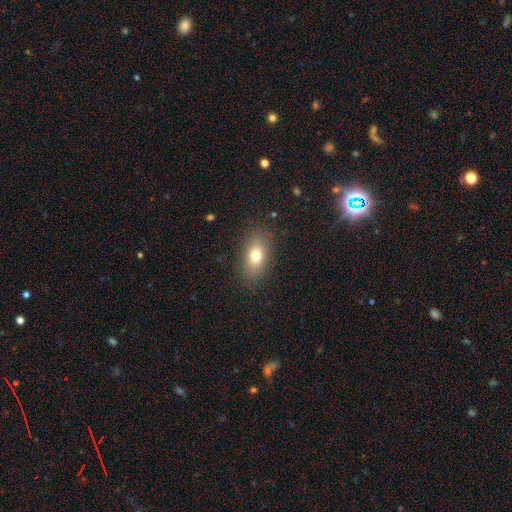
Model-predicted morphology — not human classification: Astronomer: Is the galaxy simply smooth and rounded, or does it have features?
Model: smooth — 76%.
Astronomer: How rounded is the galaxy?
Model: in between — 85%.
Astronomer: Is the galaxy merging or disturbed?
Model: none — 85%.